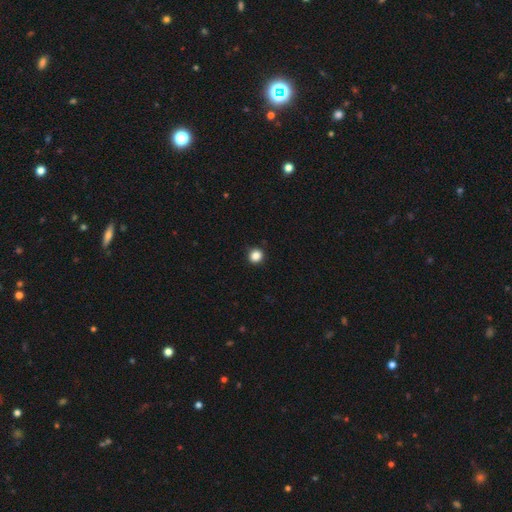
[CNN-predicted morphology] Smooth or featured: smooth — 86% (star or artifact — 11%)
How rounded: round — 90% (in between — 9%)
Merging: none — 91% (minor disturbance — 7%)